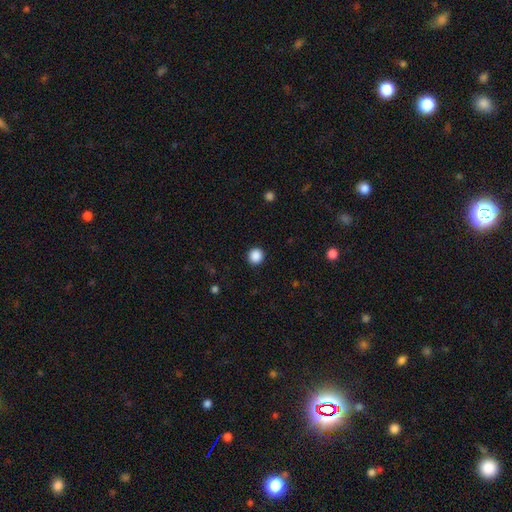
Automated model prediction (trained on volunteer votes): Smooth or featured: smooth — 88% (star or artifact — 9%)
How rounded: round — 93% (in between — 6%)
Merging: none — 92% (minor disturbance — 5%)